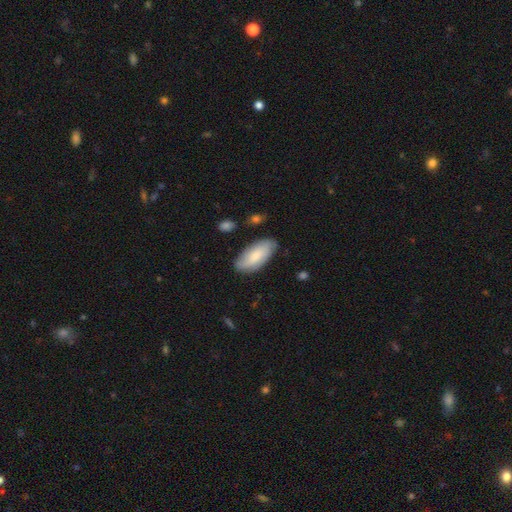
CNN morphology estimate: smooth 72%, featured or disk 22%, star or artifact 6%. Down the decision tree: how rounded — in between (90%); merging — none (77%).